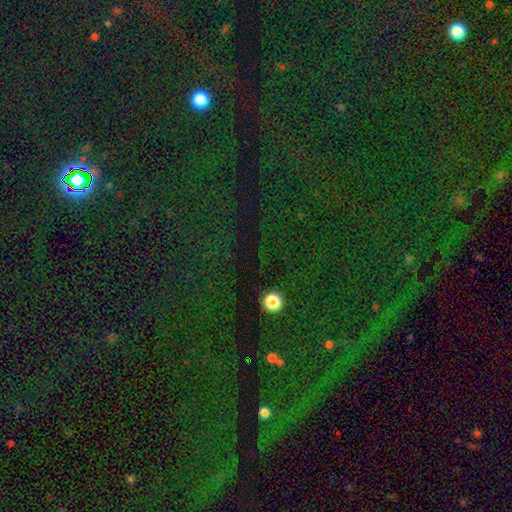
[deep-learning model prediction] Smooth or featured? star or artifact (66%)